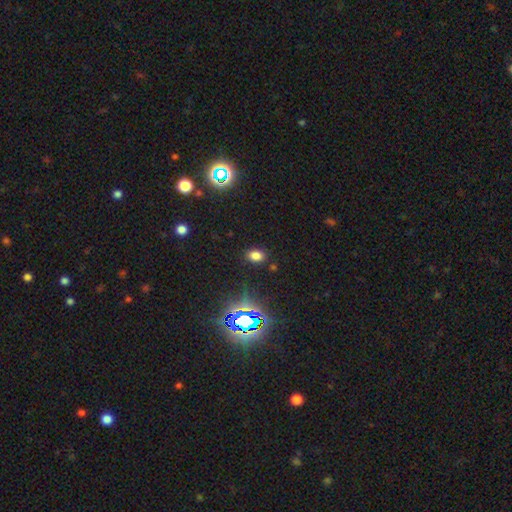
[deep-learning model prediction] Overall: smooth (72%). How rounded: in between (81%). Merging: none (87%).